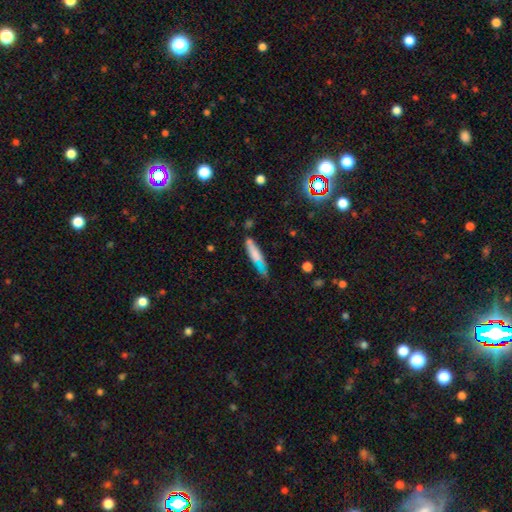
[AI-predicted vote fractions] Overall: smooth (67%). How rounded: cigar-shaped (78%). Merging: none (55%; minor disturbance 29%).